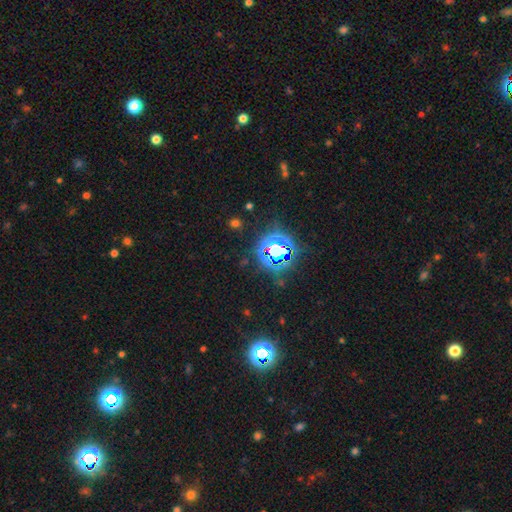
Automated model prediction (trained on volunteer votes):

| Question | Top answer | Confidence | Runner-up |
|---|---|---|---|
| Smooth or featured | star or artifact | 79% | smooth (15%) |